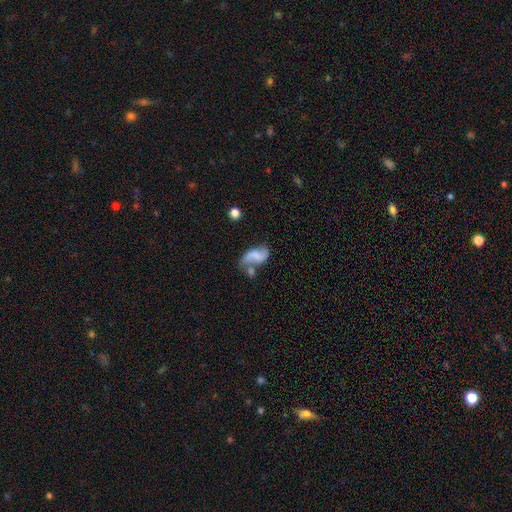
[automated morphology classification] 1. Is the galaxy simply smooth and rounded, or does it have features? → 61% featured or disk, 30% smooth, 9% star or artifact.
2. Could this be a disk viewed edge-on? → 97% no, 3% yes.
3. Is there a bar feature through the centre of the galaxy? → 52% no, 36% weak, 13% strong.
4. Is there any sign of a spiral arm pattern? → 86% yes, 14% no.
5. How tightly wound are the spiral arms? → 71% loose, 23% medium, 6% tight.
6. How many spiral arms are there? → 87% 2, 6% 1, 4% can't tell, 1% 3, 1% 4, 1% more than 4.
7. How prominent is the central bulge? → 53% none, 24% small, 15% moderate, 5% large, 2% dominant.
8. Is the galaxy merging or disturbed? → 36% none, 31% merger, 20% minor disturbance, 13% major disturbance.